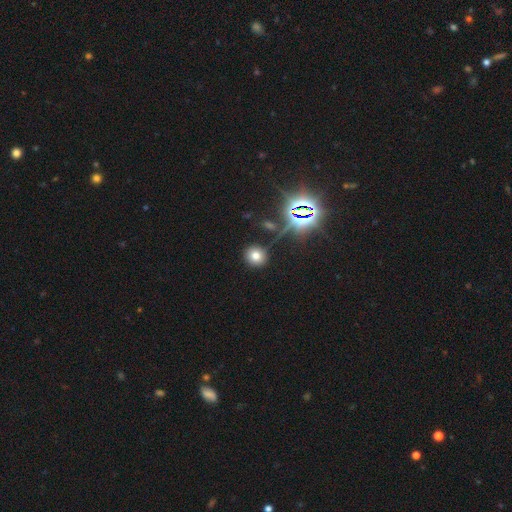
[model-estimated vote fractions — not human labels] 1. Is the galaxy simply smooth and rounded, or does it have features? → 68% smooth, 23% star or artifact, 9% featured or disk.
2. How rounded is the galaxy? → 87% round, 11% in between, 1% cigar-shaped.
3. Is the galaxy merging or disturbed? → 86% none, 8% minor disturbance, 3% merger, 3% major disturbance.